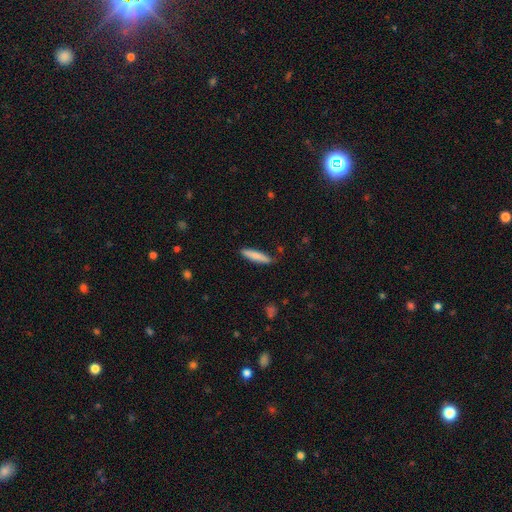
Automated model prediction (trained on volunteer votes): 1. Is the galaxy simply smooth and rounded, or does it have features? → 83% smooth, 12% featured or disk, 6% star or artifact.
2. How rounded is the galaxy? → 86% cigar-shaped, 13% in between, 1% round.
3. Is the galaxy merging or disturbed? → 83% none, 13% minor disturbance, 2% major disturbance, 2% merger.